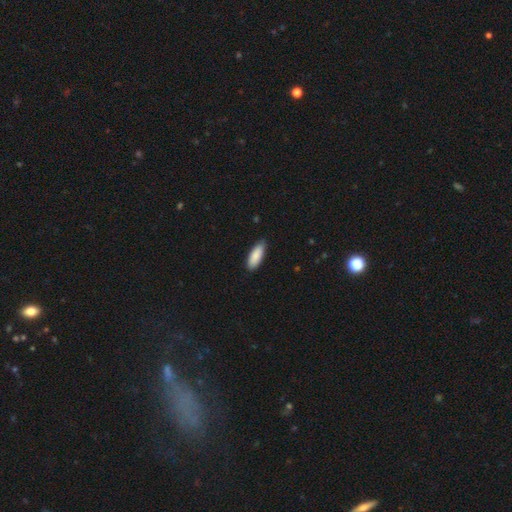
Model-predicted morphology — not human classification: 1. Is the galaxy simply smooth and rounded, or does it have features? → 89% smooth, 6% featured or disk, 5% star or artifact.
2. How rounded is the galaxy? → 70% in between, 29% cigar-shaped, 1% round.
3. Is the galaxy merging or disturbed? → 84% none, 13% minor disturbance, 2% major disturbance, 1% merger.